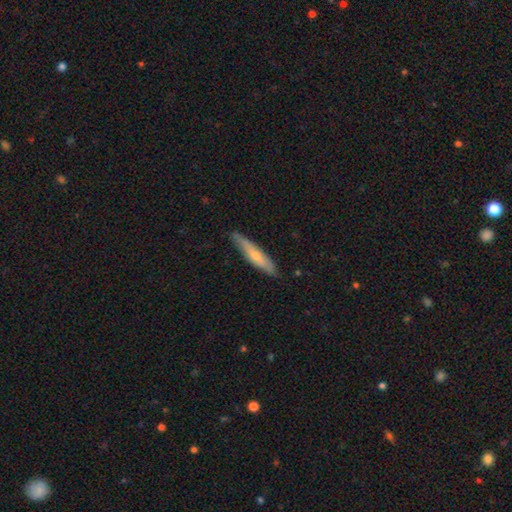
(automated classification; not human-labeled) This is possibly a smooth galaxy (57%). How rounded: clearly cigar-shaped (87%). Merging: clearly none (83%).